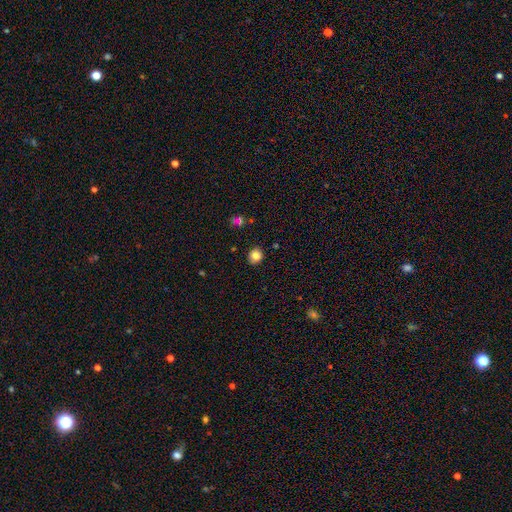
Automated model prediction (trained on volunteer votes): smooth 81%, star or artifact 11%, featured or disk 8%. Down the decision tree: how rounded — round (71%); merging — none (84%).